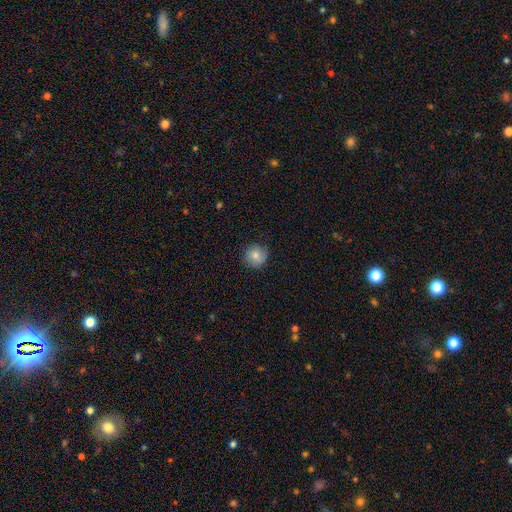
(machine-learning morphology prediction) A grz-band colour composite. It shows a smooth galaxy with no disk features (83%) that is round (92%). Merging: none (84%).